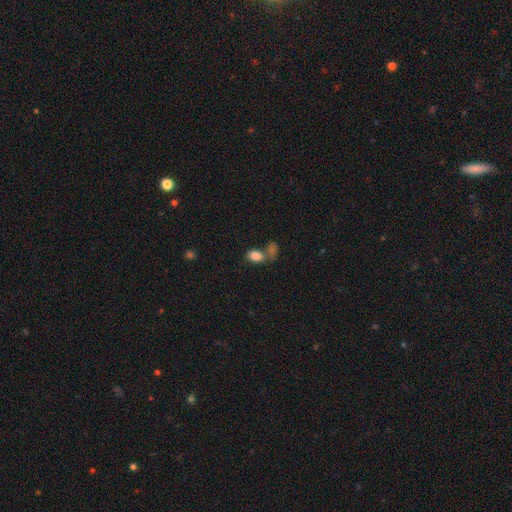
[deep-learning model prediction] smooth-or-featured: smooth: 84% | star or artifact: 10% | featured or disk: 7%
  how-rounded: in between: 87% | round: 11% | cigar-shaped: 2%
  merging: none: 43% | merger: 40% | minor disturbance: 11% | major disturbance: 6%